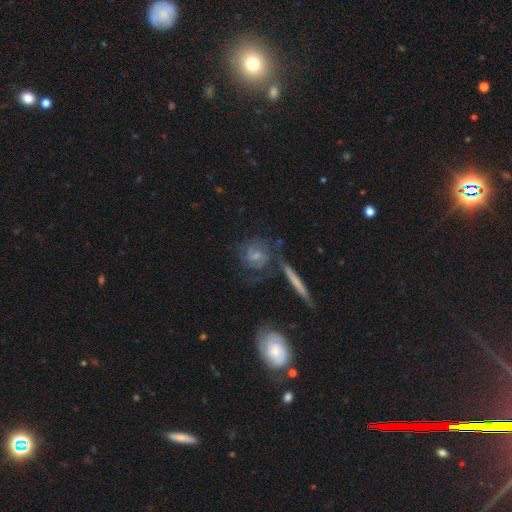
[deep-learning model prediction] Smooth or featured?
  - featured or disk: 65% *
  - smooth: 26%
  - star or artifact: 9%
Edge-on disk?
  - no: 92% *
  - yes: 8%
Bar?
  - weak: 45% *
  - no: 41%
  - strong: 15%
Spiral arms?
  - yes: 88% *
  - no: 12%
Spiral winding?
  - tight: 49% *
  - medium: 39%
  - loose: 11%
Spiral arm count?
  - 2: 51% *
  - can't tell: 28%
  - 3: 10%
  - 1: 5%
  - 4: 4%
  - more than 4: 3%
Bulge size?
  - small: 46% *
  - moderate: 33%
  - none: 16%
  - large: 3%
  - dominant: 1%
Merging?
  - none: 62% *
  - minor disturbance: 16%
  - major disturbance: 11%
  - merger: 11%